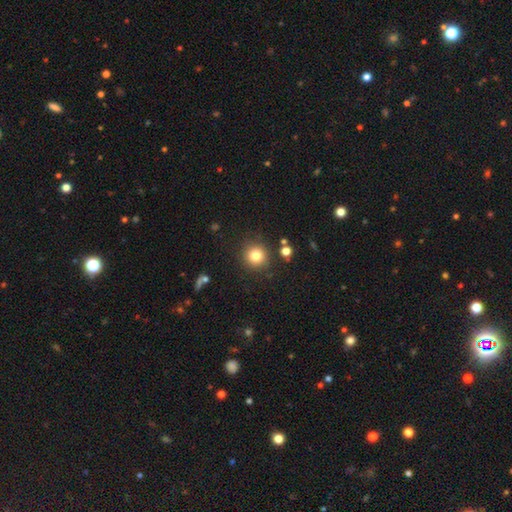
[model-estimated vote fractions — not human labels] The model was most divided on "smooth or featured": smooth: 80%, star or artifact: 13%, featured or disk: 7%. More confident: how rounded — round (93%); merging — none (87%).